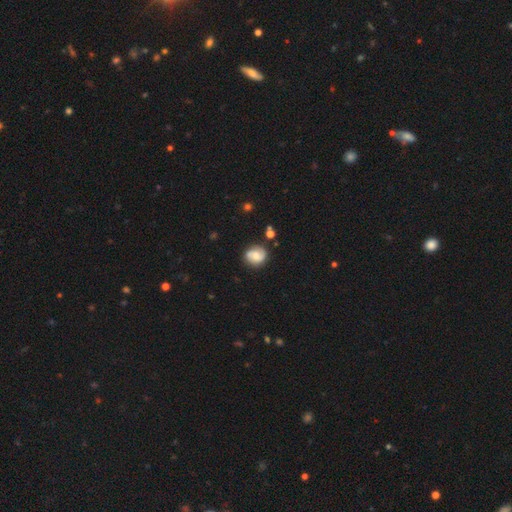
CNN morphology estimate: The model was most divided on "smooth or featured": featured or disk: 50%, smooth: 42%, star or artifact: 9%. More confident: merging — none (75%).